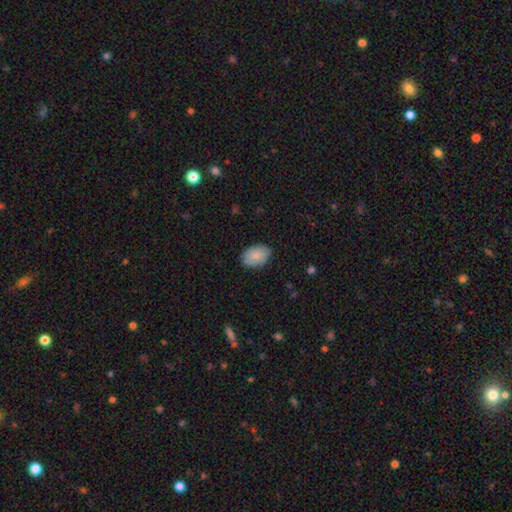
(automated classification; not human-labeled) A smooth galaxy with no disk features (84%) that is in between round and cigar-shaped (86%).

Vote fractions:
- Smooth or featured? smooth: 84% / featured or disk: 9% / star or artifact: 6%
- How rounded? in between: 86% / round: 13% / cigar-shaped: 1%
- Merging? none: 82% / minor disturbance: 14% / major disturbance: 3% / merger: 1%